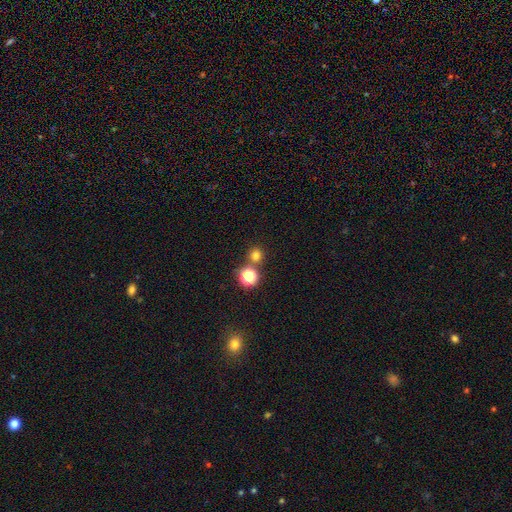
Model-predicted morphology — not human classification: smooth-or-featured: smooth: 74% | star or artifact: 21% | featured or disk: 6%
  how-rounded: round: 92% | in between: 7% | cigar-shaped: 1%
  merging: none: 75% | merger: 17% | minor disturbance: 6% | major disturbance: 3%